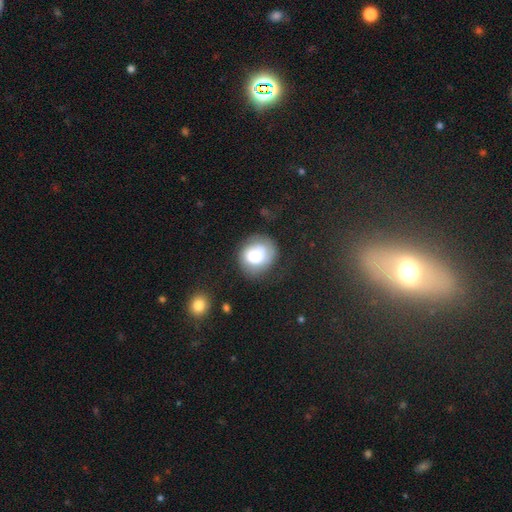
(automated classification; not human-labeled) A smooth galaxy with no disk features (71%) that is round (75%). Merging: none (58%).